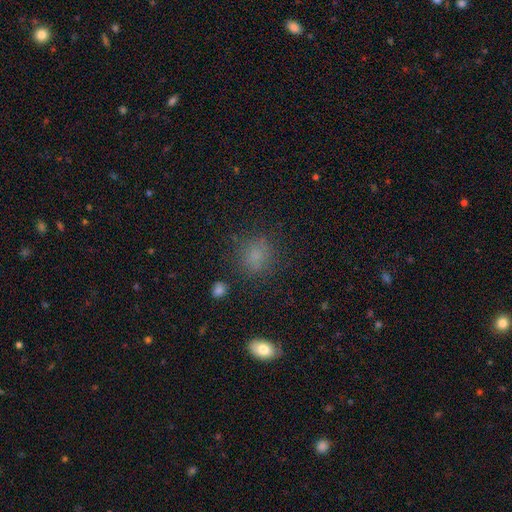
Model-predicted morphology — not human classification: Smooth or featured?
  - smooth: 75% *
  - star or artifact: 17%
  - featured or disk: 8%
How rounded?
  - round: 76% *
  - in between: 23%
  - cigar-shaped: 1%
Merging?
  - none: 77% *
  - minor disturbance: 14%
  - major disturbance: 6%
  - merger: 3%